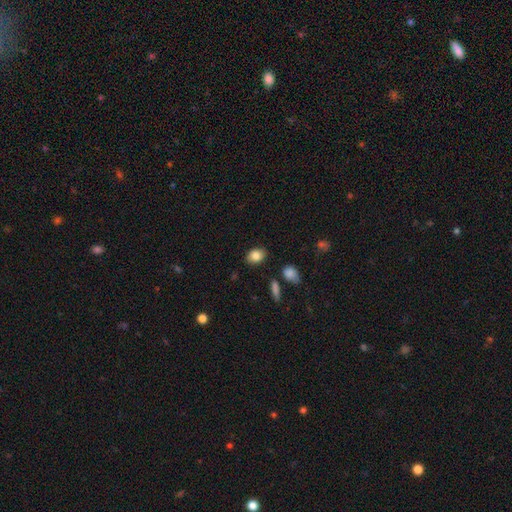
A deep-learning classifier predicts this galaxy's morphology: Smooth or featured?
  - smooth: 84% *
  - star or artifact: 8%
  - featured or disk: 8%
How rounded?
  - in between: 71% *
  - round: 28%
  - cigar-shaped: 1%
Merging?
  - none: 83% *
  - minor disturbance: 12%
  - major disturbance: 3%
  - merger: 3%